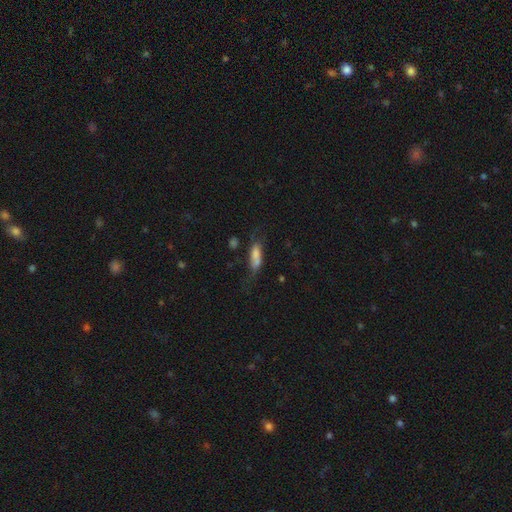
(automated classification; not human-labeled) Smooth or featured?
  - smooth: 69% *
  - featured or disk: 23%
  - star or artifact: 9%
How rounded?
  - in between: 57% *
  - cigar-shaped: 39%
  - round: 3%
Merging?
  - none: 41% *
  - minor disturbance: 28%
  - major disturbance: 23%
  - merger: 8%